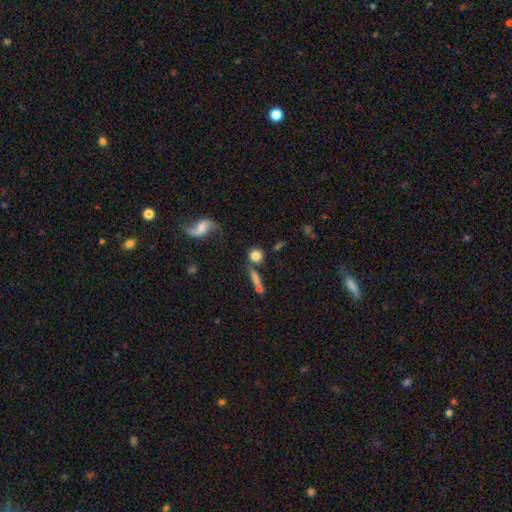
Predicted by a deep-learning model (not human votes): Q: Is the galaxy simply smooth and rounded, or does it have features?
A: smooth — 77%.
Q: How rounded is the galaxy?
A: round — 87%.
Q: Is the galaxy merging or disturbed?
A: none — 67%.